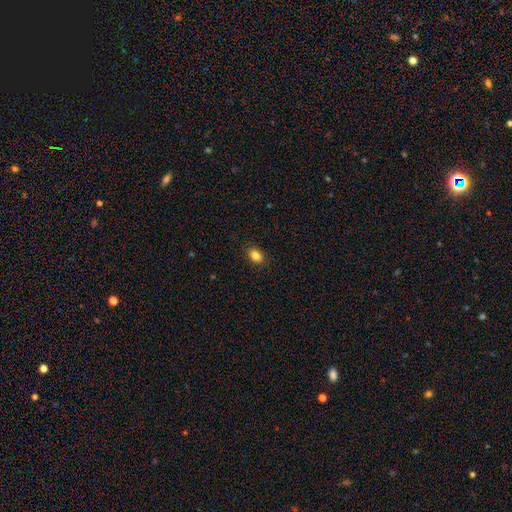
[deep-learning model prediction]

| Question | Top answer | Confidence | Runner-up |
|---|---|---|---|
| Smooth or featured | smooth | 85% | star or artifact (10%) |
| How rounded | in between | 74% | round (25%) |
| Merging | none | 89% | minor disturbance (8%) |